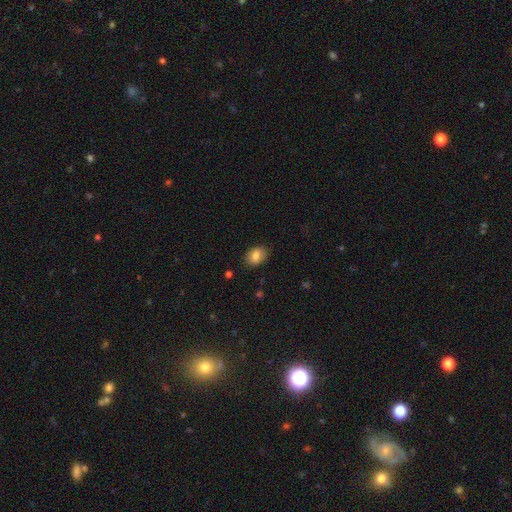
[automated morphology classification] Q: Smooth or featured?
A: smooth (83%); runner-up: featured or disk (8%)
Q: How rounded?
A: in between (74%); runner-up: round (25%)
Q: Merging?
A: none (85%); runner-up: minor disturbance (11%)